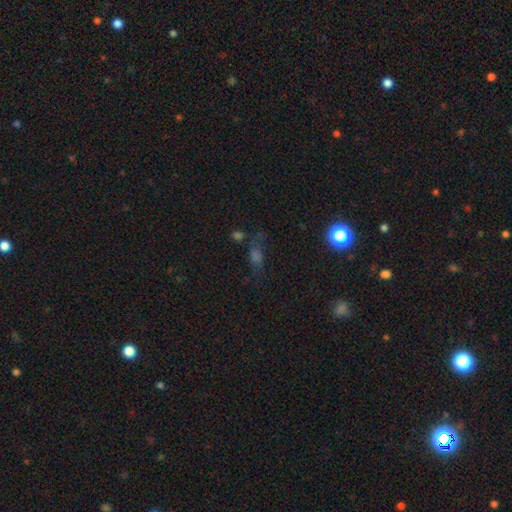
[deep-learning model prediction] Smooth or featured? smooth (46%)
Merging? none (57%)